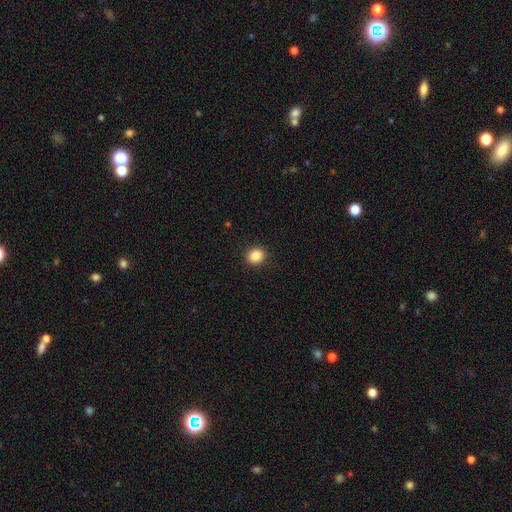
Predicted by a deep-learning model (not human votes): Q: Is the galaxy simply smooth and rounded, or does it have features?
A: smooth — 87%.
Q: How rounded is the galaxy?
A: round — 71%.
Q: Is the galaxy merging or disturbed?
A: none — 90%.